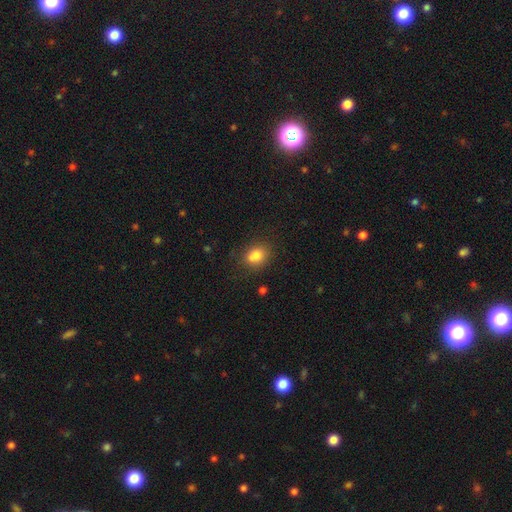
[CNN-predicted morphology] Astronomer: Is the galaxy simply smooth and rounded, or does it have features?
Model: smooth — 81%.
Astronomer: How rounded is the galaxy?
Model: in between — 58% (runner-up: round, 41%).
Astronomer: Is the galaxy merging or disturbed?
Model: none — 69%.